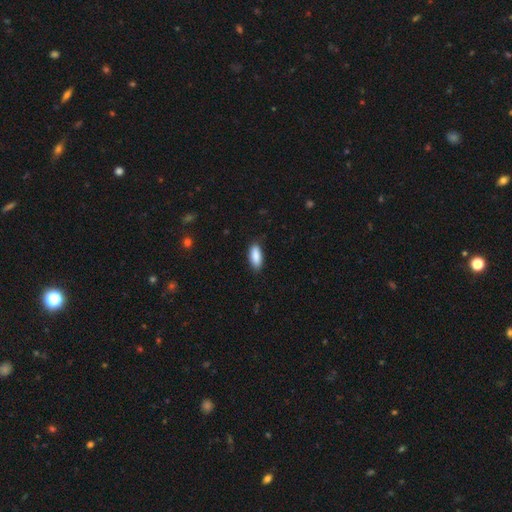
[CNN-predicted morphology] The model was most divided on "how rounded": in between: 84%, cigar-shaped: 15%, round: 2%. More confident: smooth or featured — smooth (89%); merging — none (83%).